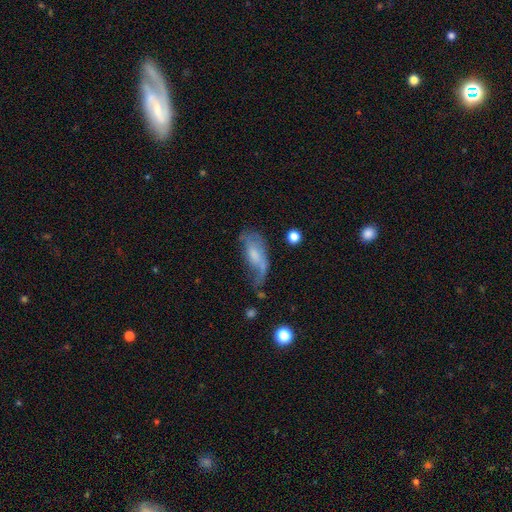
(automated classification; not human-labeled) featured or disk 47%, smooth 44%, star or artifact 9%. Down the decision tree: merging — major disturbance (40%).